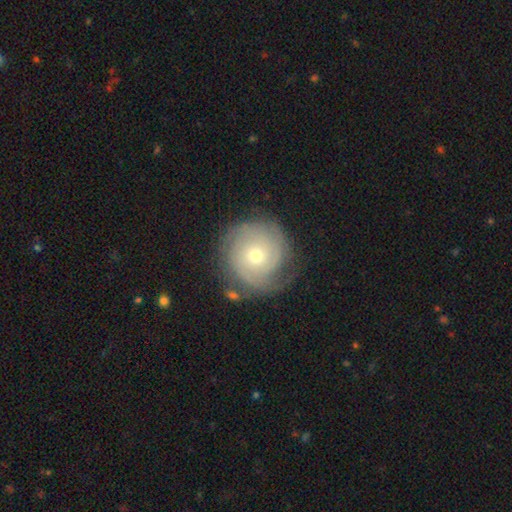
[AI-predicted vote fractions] This is likely a featured or disk galaxy (68%). It is clearly not viewed edge-on (97%). Bar: clearly no (81%). Spiral arm pattern: clearly yes (88%). Spiral arm count: marginally can't tell (36%). Spiral winding: likely tight (72%). Central bulge: possibly moderate (50%). Merging: likely none (73%).